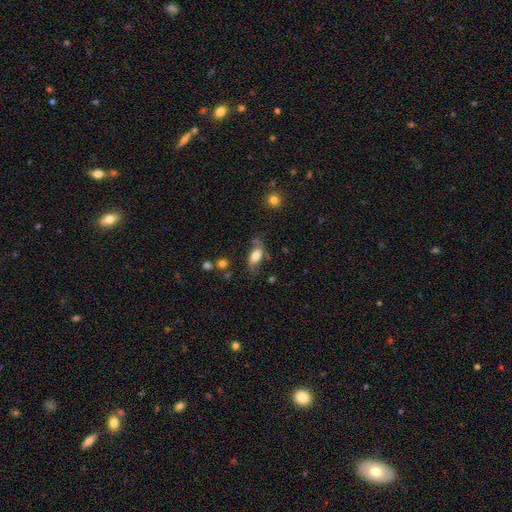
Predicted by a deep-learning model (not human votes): Smooth or featured? smooth (68%)
How rounded? in between (85%)
Merging? none (57%)